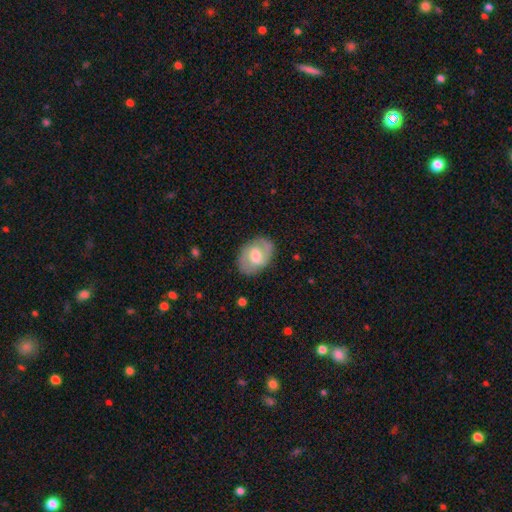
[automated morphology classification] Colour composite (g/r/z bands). It shows a featured or disk galaxy (56%) with a weak bar (47%), spiral arms (70%) and a moderate central bulge (53%). Merging: none (79%).